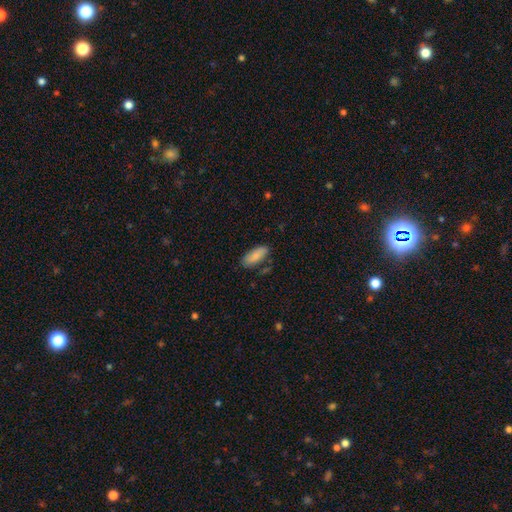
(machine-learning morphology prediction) smooth_or_featured: smooth (p=0.86) [alt: featured or disk p=0.08]
how_rounded: in between (p=0.81) [alt: cigar-shaped p=0.17]
merging: none (p=0.79) [alt: minor disturbance p=0.14]